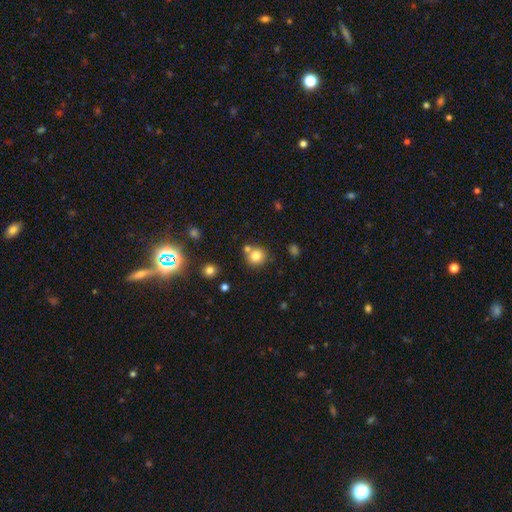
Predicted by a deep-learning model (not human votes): Morphology: type=smooth (80%); roundness=round (88%); merging=none (66%).